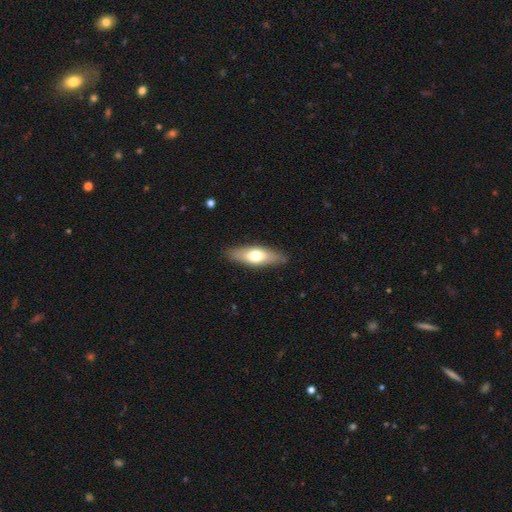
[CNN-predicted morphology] Smooth or featured? smooth (59%)
How rounded? in between (53%)
Merging? none (85%)